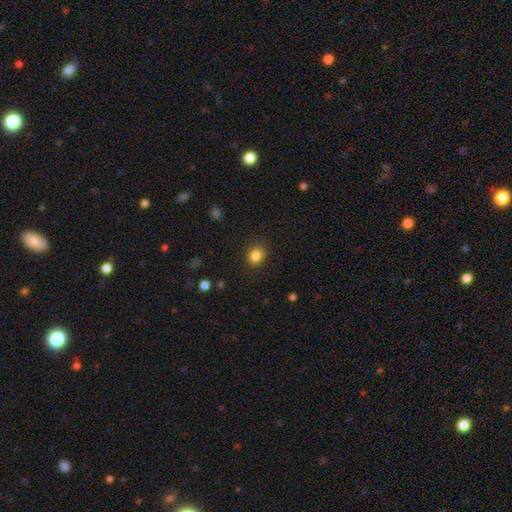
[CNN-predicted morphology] A smooth galaxy with no disk features (85%) that is round (64%). Merging: none (86%).